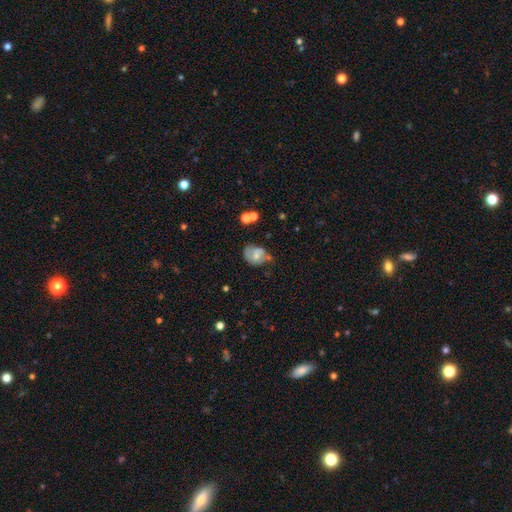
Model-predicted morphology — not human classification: Smooth or featured?
  - smooth: 52% *
  - featured or disk: 37%
  - star or artifact: 10%
How rounded?
  - in between: 62% *
  - round: 36%
  - cigar-shaped: 1%
Merging?
  - none: 39% *
  - minor disturbance: 34%
  - major disturbance: 17%
  - merger: 10%